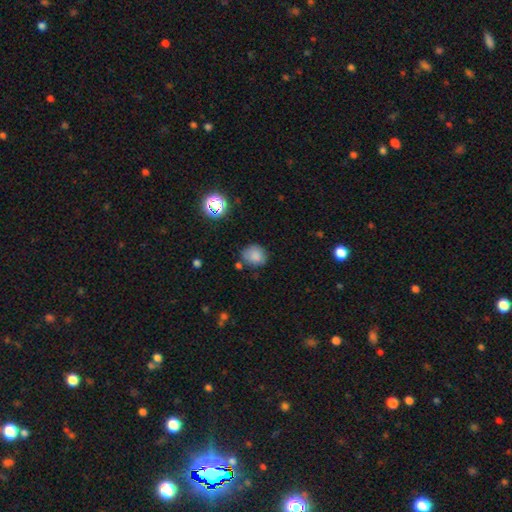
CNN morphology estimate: smooth_or_featured: smooth (p=0.80) [alt: star or artifact p=0.13]
how_rounded: round (p=0.72) [alt: in between p=0.27]
merging: none (p=0.69) [alt: minor disturbance p=0.20]